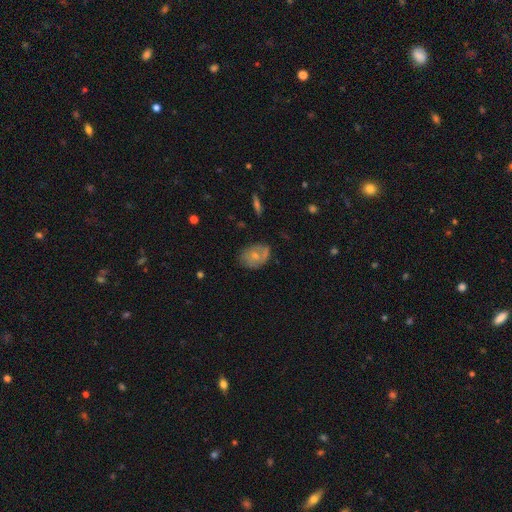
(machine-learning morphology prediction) smooth-or-featured: smooth: 54% | featured or disk: 37% | star or artifact: 8%
  how-rounded: in between: 70% | round: 29% | cigar-shaped: 1%
  merging: none: 60% | minor disturbance: 28% | major disturbance: 10% | merger: 2%